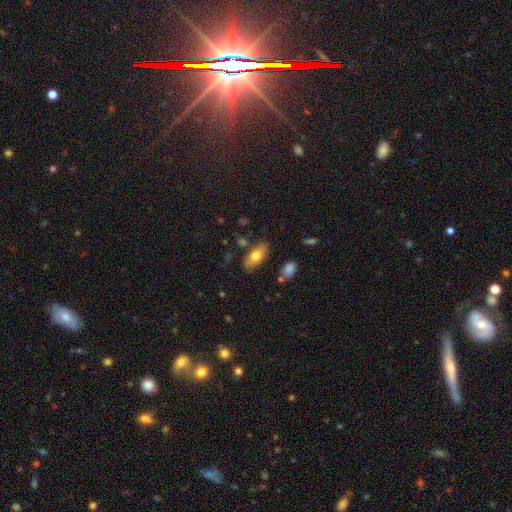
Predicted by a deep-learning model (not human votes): Smooth or featured: smooth — 72% (featured or disk — 21%)
How rounded: in between — 86% (cigar-shaped — 10%)
Merging: none — 79% (minor disturbance — 13%)